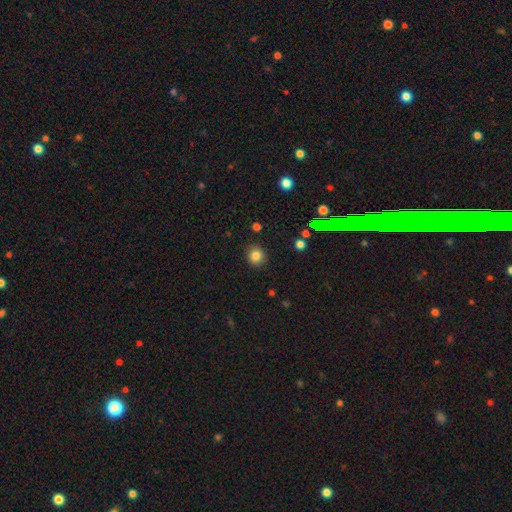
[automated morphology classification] Overall: smooth (82%). How rounded: round (89%). Merging: none (89%).